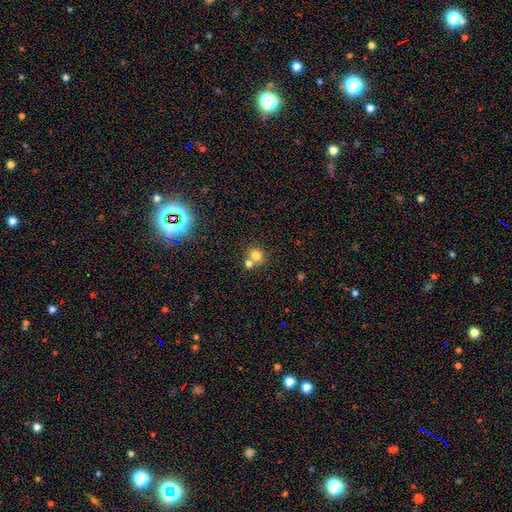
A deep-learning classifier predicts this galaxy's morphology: Smooth or featured? smooth (76%)
How rounded? round (83%)
Merging? none (55%)